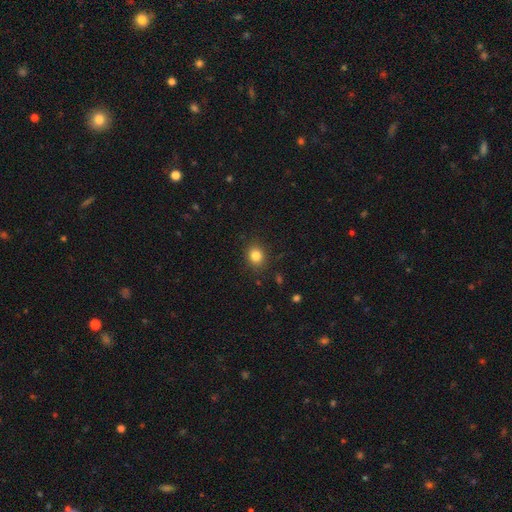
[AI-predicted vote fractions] Smooth or featured?
  - smooth: 83% *
  - star or artifact: 11%
  - featured or disk: 6%
How rounded?
  - round: 66% *
  - in between: 33%
  - cigar-shaped: 1%
Merging?
  - none: 87% *
  - minor disturbance: 9%
  - major disturbance: 3%
  - merger: 1%